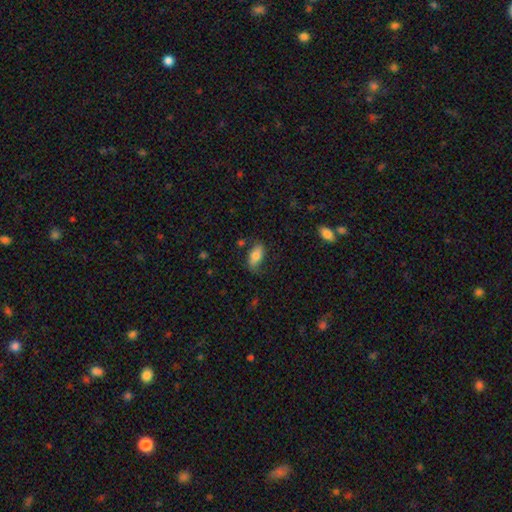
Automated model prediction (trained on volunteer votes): Smooth or featured?
  - smooth: 79% *
  - featured or disk: 14%
  - star or artifact: 7%
How rounded?
  - in between: 90% *
  - cigar-shaped: 7%
  - round: 3%
Merging?
  - none: 67% *
  - minor disturbance: 23%
  - major disturbance: 7%
  - merger: 3%